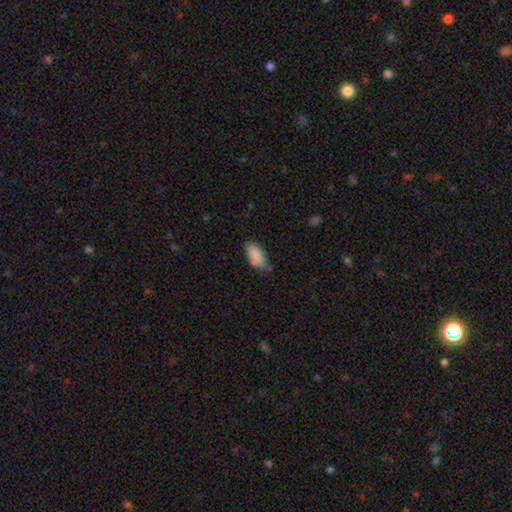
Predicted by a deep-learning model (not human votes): Smooth or featured: smooth — 88% (star or artifact — 7%)
How rounded: in between — 91% (cigar-shaped — 6%)
Merging: none — 64% (minor disturbance — 28%)